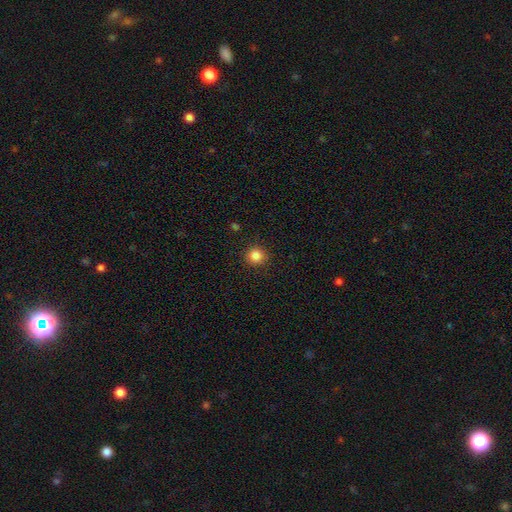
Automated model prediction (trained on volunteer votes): This appears to be a smooth galaxy with no disk features (84%) that is round (93%). Merging: none (90%).